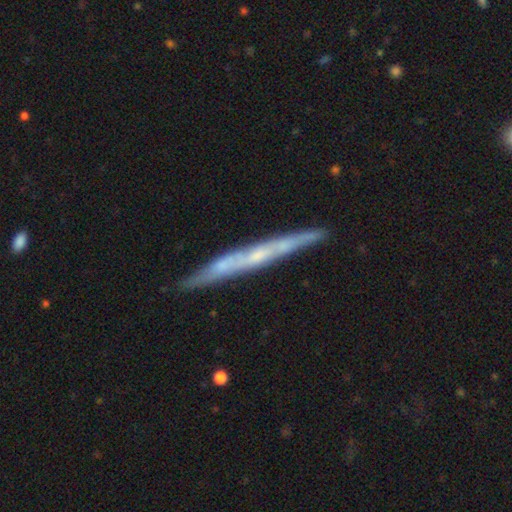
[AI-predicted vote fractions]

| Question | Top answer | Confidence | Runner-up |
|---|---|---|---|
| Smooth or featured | featured or disk | 68% | smooth (26%) |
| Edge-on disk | yes | 92% | no (8%) |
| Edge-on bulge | none | 71% | rounded (23%) |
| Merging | none | 83% | minor disturbance (12%) |